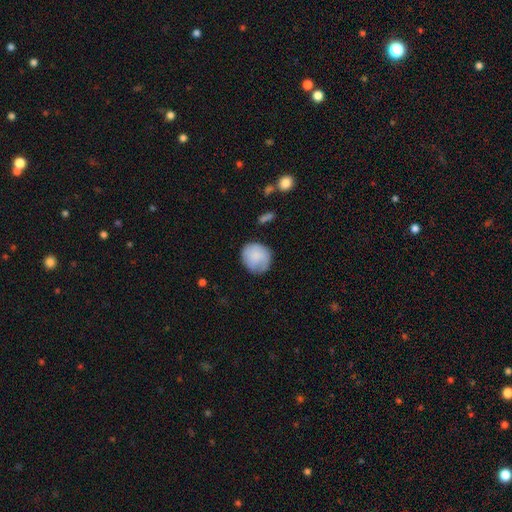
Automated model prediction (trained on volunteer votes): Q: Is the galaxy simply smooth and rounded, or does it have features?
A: smooth — 76%.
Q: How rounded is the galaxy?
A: round — 81%.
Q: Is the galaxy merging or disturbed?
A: none — 71%.